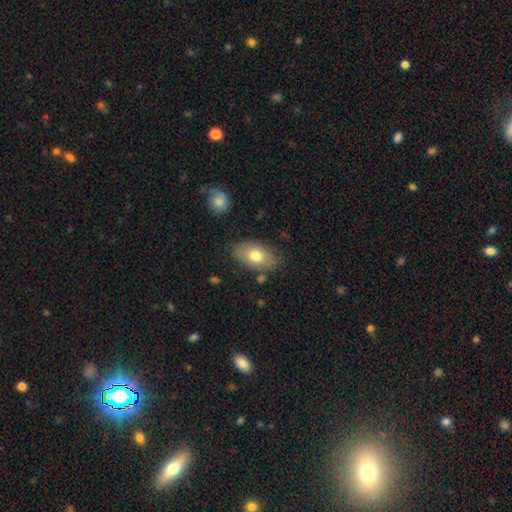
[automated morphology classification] Smooth or featured: smooth — 74% (featured or disk — 19%)
How rounded: in between — 91% (round — 7%)
Merging: none — 79% (minor disturbance — 14%)